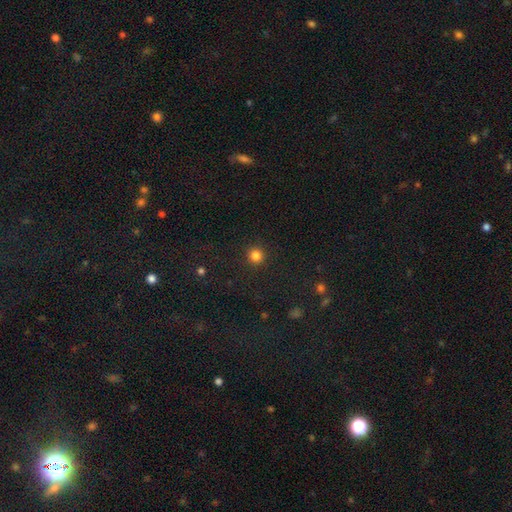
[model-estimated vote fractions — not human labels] Morphology: type=smooth (83%); roundness=round (94%); merging=none (92%).